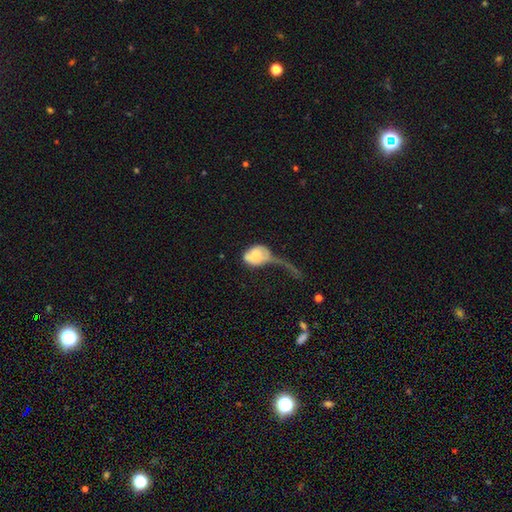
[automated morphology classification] Smooth or featured?
  - smooth: 65% *
  - featured or disk: 27%
  - star or artifact: 7%
How rounded?
  - in between: 65% *
  - round: 33%
  - cigar-shaped: 2%
Merging?
  - major disturbance: 60% *
  - merger: 15%
  - minor disturbance: 15%
  - none: 11%